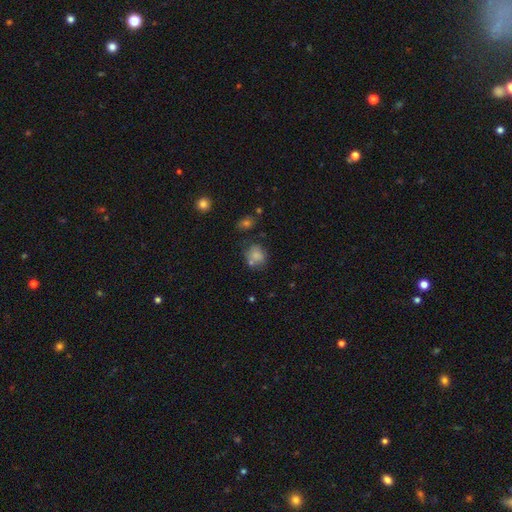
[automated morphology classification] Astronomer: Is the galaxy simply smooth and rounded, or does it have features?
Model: smooth — 78%.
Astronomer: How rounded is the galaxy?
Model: round — 67%.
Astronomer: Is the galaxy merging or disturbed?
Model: none — 61%.